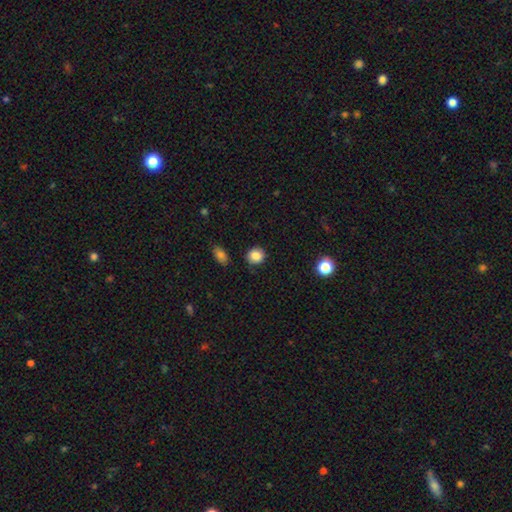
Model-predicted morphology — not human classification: A smooth galaxy with no disk features (86%) that is round (82%). Merging: none (87%).